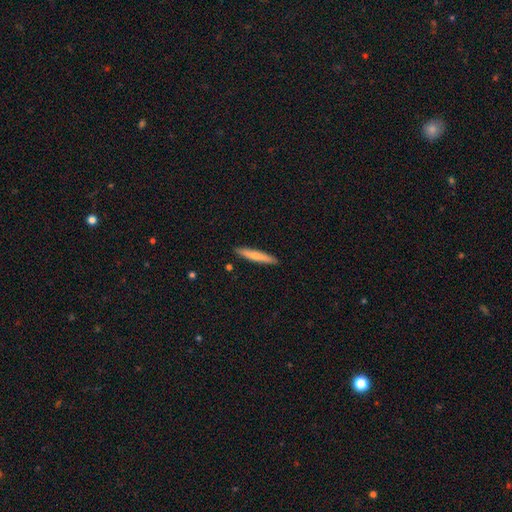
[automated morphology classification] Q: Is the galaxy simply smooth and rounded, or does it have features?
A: smooth — 67%.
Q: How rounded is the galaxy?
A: cigar-shaped — 93%.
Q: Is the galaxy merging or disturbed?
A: none — 90%.